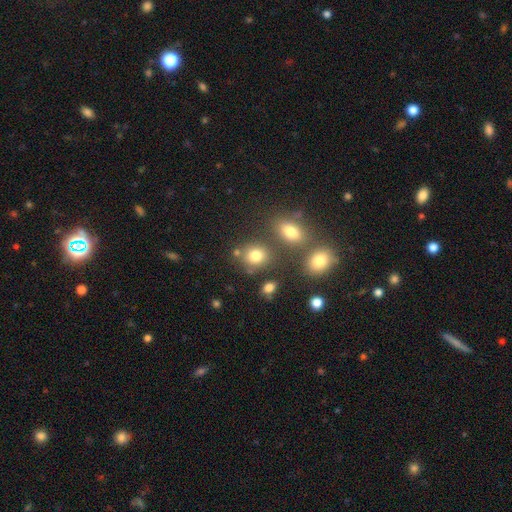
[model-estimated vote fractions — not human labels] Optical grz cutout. It shows a smooth galaxy with no disk features (77%) that is round (60%). Merging: none (68%).